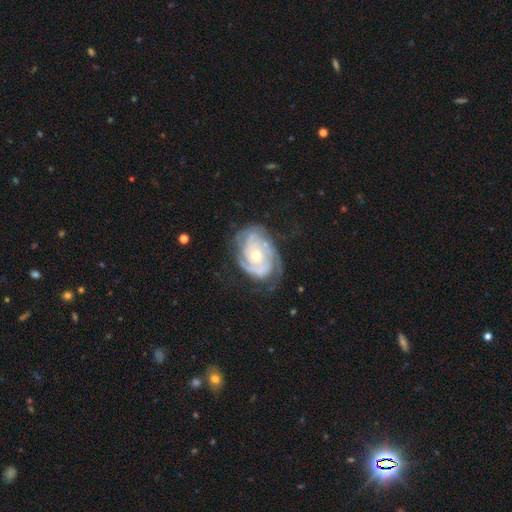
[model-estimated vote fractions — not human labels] Q: Smooth or featured?
A: featured or disk (87%); runner-up: smooth (8%)
Q: Edge-on disk?
A: no (97%); runner-up: yes (3%)
Q: Bar?
A: no (78%); runner-up: weak (17%)
Q: Spiral arms?
A: yes (95%); runner-up: no (5%)
Q: Spiral winding?
A: tight (71%); runner-up: medium (23%)
Q: Spiral arm count?
A: can't tell (30%); runner-up: 2 (28%)
Q: Bulge size?
A: moderate (50%); runner-up: small (46%)
Q: Merging?
A: none (65%); runner-up: minor disturbance (22%)